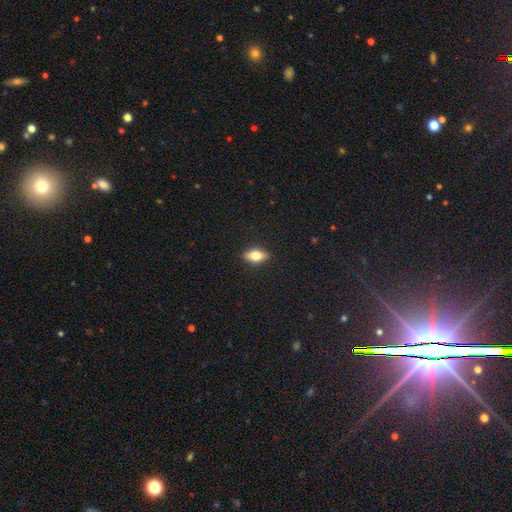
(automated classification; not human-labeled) A smooth galaxy with no disk features (71%) that is in between round and cigar-shaped (81%).

Vote fractions:
- Smooth or featured? smooth: 71% / featured or disk: 22% / star or artifact: 7%
- How rounded? in between: 81% / cigar-shaped: 14% / round: 5%
- Merging? none: 89% / minor disturbance: 8% / major disturbance: 2% / merger: 1%